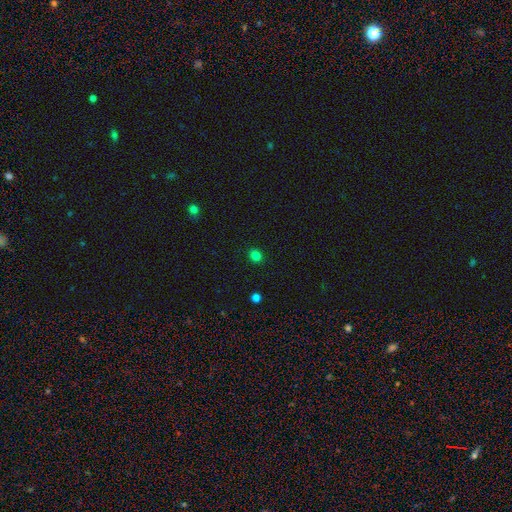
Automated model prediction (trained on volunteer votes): A smooth galaxy with no disk features (81%) that is round (75%).

Vote fractions:
- Smooth or featured? smooth: 81% / star or artifact: 16% / featured or disk: 4%
- How rounded? round: 75% / in between: 24% / cigar-shaped: 1%
- Merging? none: 90% / minor disturbance: 7% / major disturbance: 2% / merger: 1%